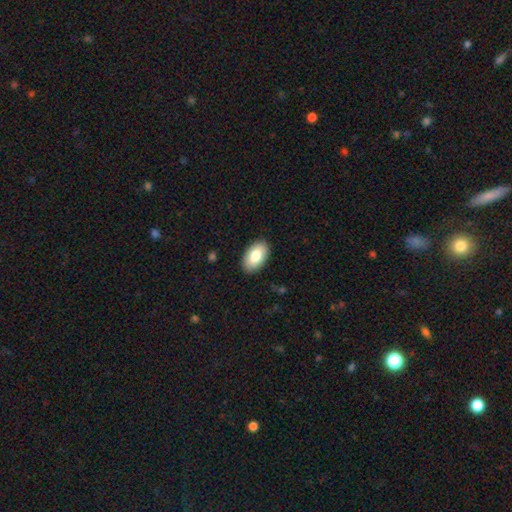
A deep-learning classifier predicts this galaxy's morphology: Smooth or featured? smooth (82%)
How rounded? in between (94%)
Merging? none (89%)